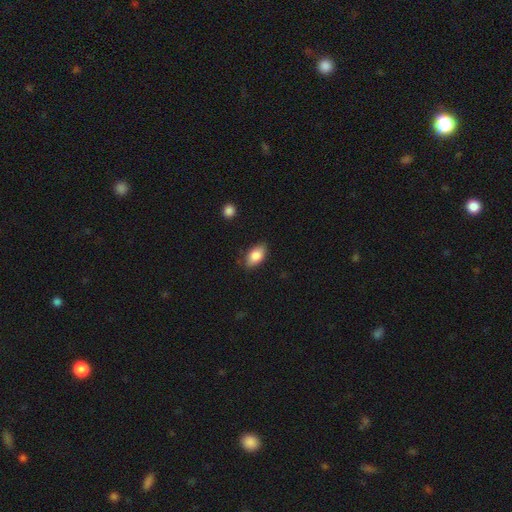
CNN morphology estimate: This is clearly a smooth galaxy (83%). How rounded: clearly in between (91%). Merging: clearly none (82%).